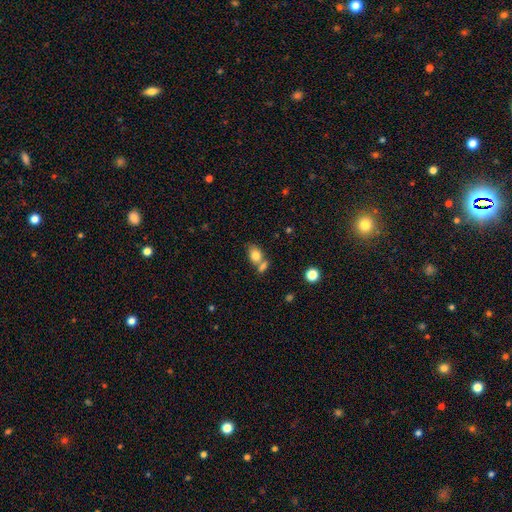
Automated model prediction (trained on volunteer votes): This appears to be a smooth galaxy with no disk features (80%) that is in between round and cigar-shaped (73%). Merging: merger (42%).